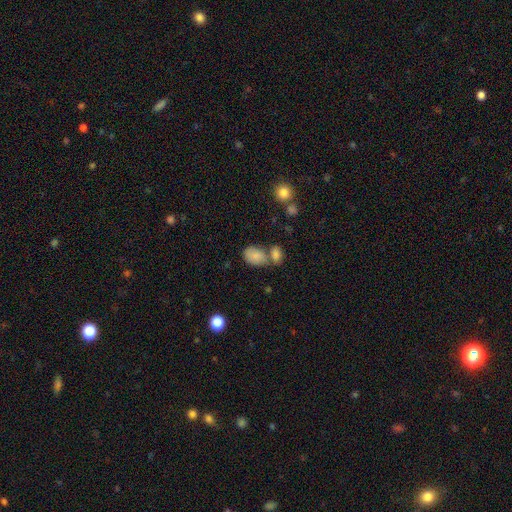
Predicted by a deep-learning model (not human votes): This is clearly a smooth galaxy (81%). How rounded: likely in between (78%). Merging: marginally none (41%).